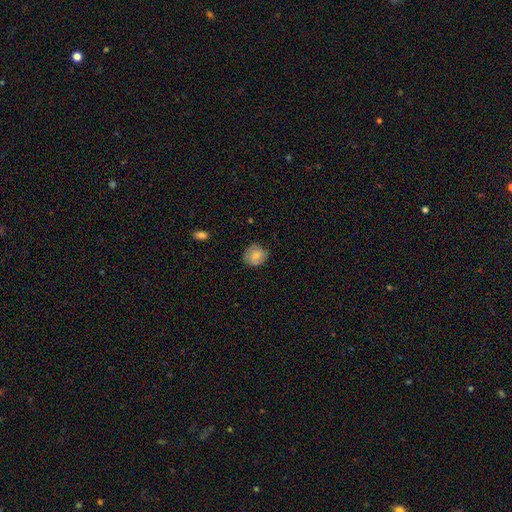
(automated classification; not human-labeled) A smooth galaxy with no disk features (56%) that is round (79%). Merging: none (78%).